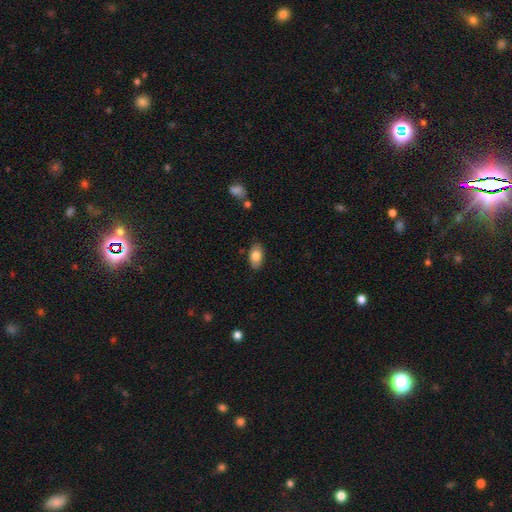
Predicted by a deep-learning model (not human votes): This appears to be a smooth galaxy with no disk features (80%) that is in between round and cigar-shaped (93%). Merging: none (84%).